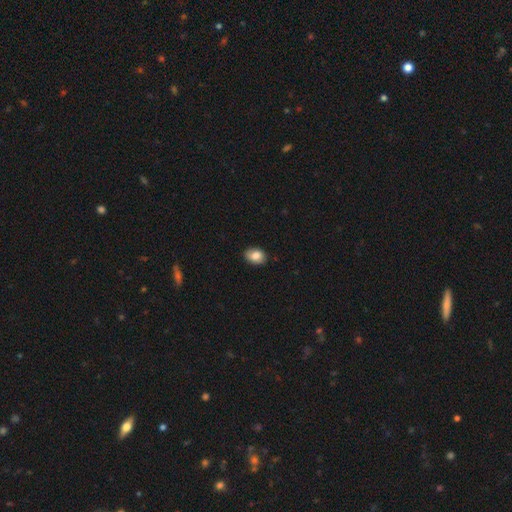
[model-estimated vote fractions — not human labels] Smooth or featured? smooth (84%)
How rounded? in between (78%)
Merging? none (85%)